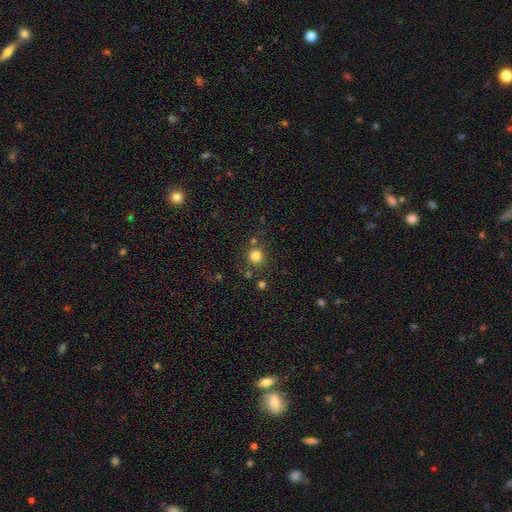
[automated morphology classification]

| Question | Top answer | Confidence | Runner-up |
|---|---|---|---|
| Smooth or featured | smooth | 81% | star or artifact (14%) |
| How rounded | round | 94% | in between (5%) |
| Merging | none | 79% | minor disturbance (9%) |